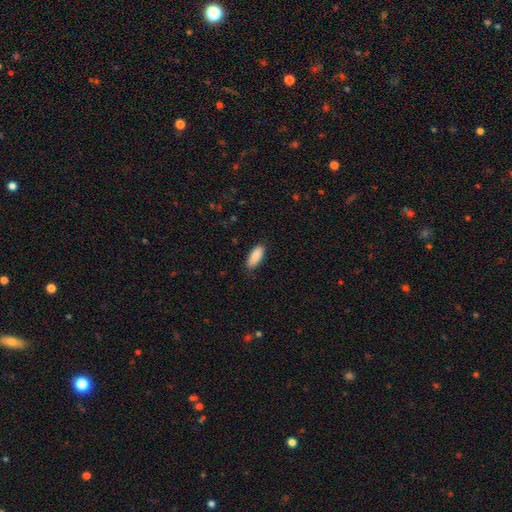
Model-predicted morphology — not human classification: smooth 90%, star or artifact 6%, featured or disk 4%. Down the decision tree: how rounded — in between (78%); merging — none (85%).